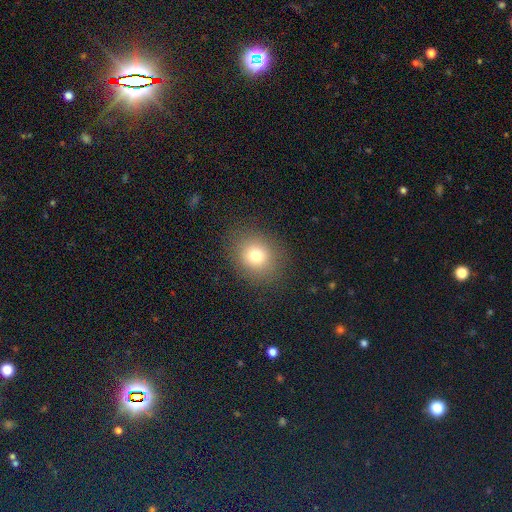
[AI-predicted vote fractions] A smooth galaxy with no disk features (76%) that is round (71%).

Vote fractions:
- Smooth or featured? smooth: 76% / star or artifact: 14% / featured or disk: 10%
- How rounded? round: 71% / in between: 28% / cigar-shaped: 1%
- Merging? none: 86% / minor disturbance: 9% / major disturbance: 4% / merger: 1%